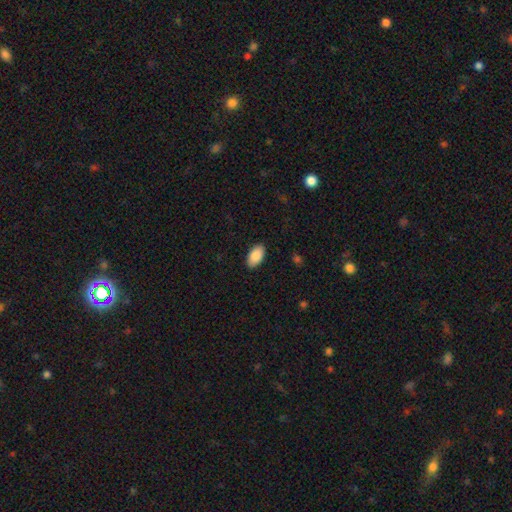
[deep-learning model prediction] Morphology: type=smooth (88%); roundness=in between (95%); merging=none (89%).